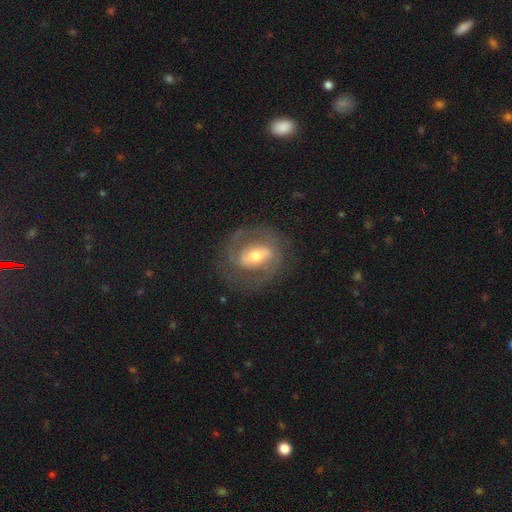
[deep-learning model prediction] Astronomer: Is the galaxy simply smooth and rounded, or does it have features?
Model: featured or disk — 83%.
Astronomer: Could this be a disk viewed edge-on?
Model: no — 96%.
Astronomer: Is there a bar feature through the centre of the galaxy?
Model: strong — 44% (runner-up: weak, 39%).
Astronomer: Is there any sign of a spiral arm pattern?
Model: yes — 88%.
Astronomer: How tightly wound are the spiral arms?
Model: medium — 46% (runner-up: tight, 41%).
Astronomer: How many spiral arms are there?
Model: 2 — 84%.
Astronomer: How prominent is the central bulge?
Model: moderate — 64%.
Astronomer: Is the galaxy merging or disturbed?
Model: none — 76%.